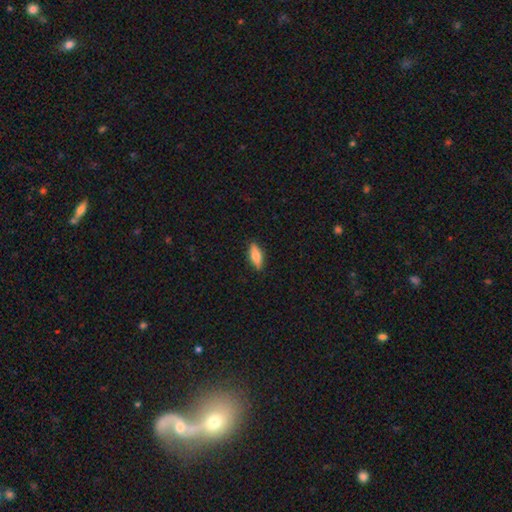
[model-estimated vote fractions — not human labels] Smooth or featured: smooth — 64% (featured or disk — 30%)
How rounded: in between — 56% (cigar-shaped — 41%)
Merging: none — 87% (minor disturbance — 10%)